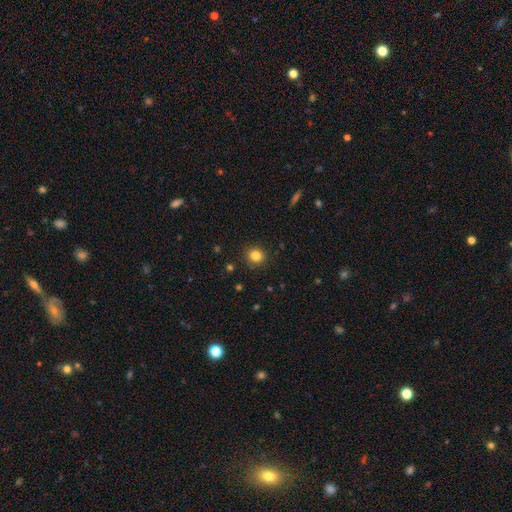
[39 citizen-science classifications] Morphology: type=smooth (87%); roundness=round (88%); merging=none (83%).